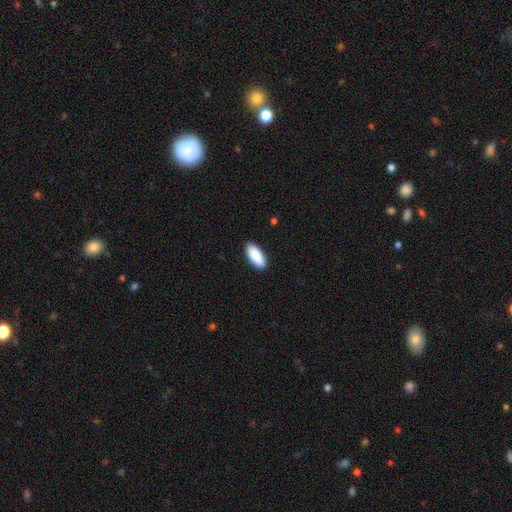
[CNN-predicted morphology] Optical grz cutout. It shows a smooth galaxy with no disk features (91%) that is in between round and cigar-shaped (86%). Merging: none (91%).